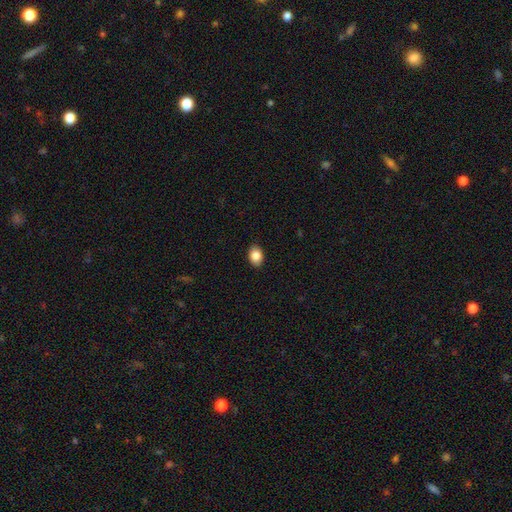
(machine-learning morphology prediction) This is clearly a smooth galaxy (86%). How rounded: likely in between (77%). Merging: clearly none (90%).